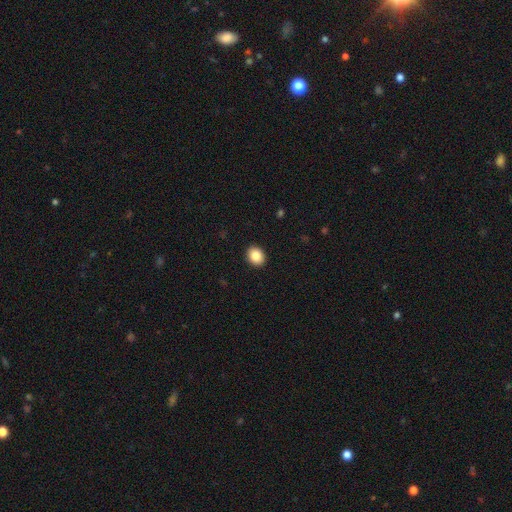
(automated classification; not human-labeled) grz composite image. It shows a smooth galaxy with no disk features (86%) that is round (52%). Merging: none (92%).